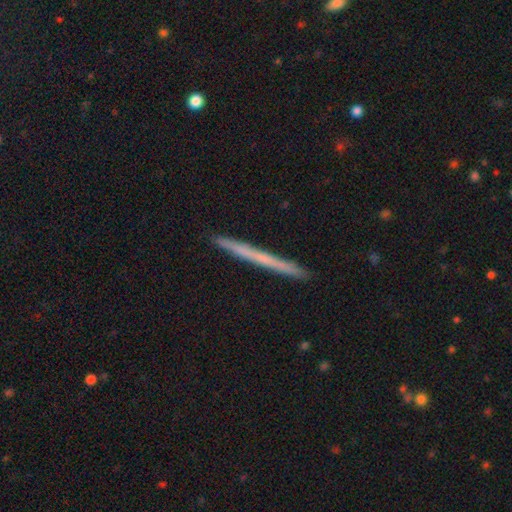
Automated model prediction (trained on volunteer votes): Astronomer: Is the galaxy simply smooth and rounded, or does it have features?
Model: smooth — 50% (runner-up: featured or disk, 44%).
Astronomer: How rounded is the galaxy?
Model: cigar-shaped — 97%.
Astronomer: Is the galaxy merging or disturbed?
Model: none — 92%.